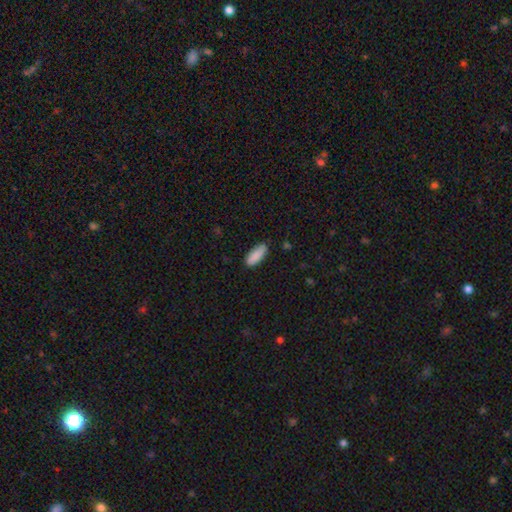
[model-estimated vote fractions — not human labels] Q: Smooth or featured?
A: smooth (89%); runner-up: star or artifact (6%)
Q: How rounded?
A: in between (75%); runner-up: cigar-shaped (24%)
Q: Merging?
A: none (83%); runner-up: minor disturbance (14%)